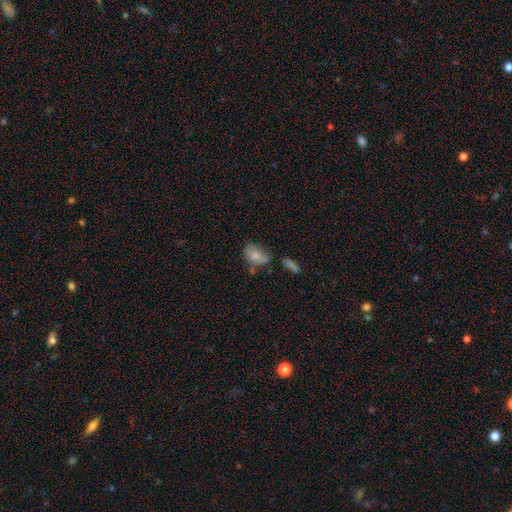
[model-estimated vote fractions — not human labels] A smooth galaxy with no disk features (71%) that is in between round and cigar-shaped (83%).

Vote fractions:
- Smooth or featured? smooth: 71% / featured or disk: 18% / star or artifact: 12%
- How rounded? in between: 83% / round: 15% / cigar-shaped: 3%
- Merging? none: 33% / minor disturbance: 26% / merger: 21% / major disturbance: 20%